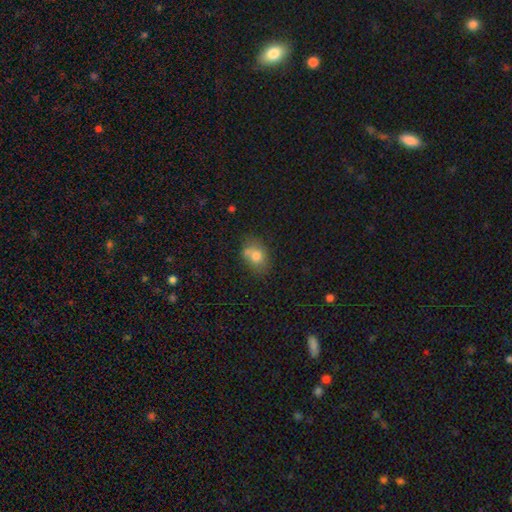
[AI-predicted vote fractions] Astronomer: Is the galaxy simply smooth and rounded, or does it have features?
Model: smooth — 75%.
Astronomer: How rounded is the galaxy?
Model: in between — 65%.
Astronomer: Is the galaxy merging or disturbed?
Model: none — 55%.